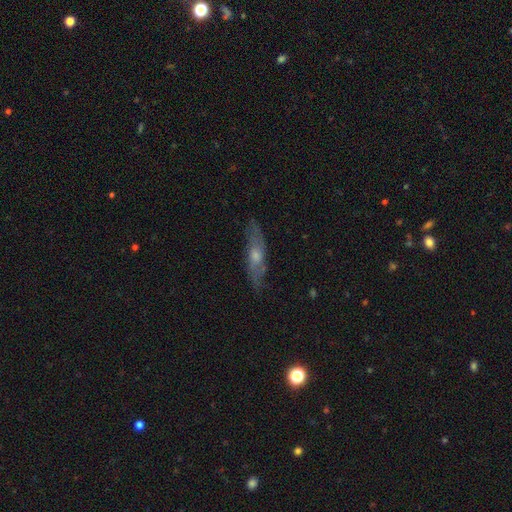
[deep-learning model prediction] Smooth or featured? featured or disk (59%)
Edge-on disk? yes (55%)
Merging? none (78%)